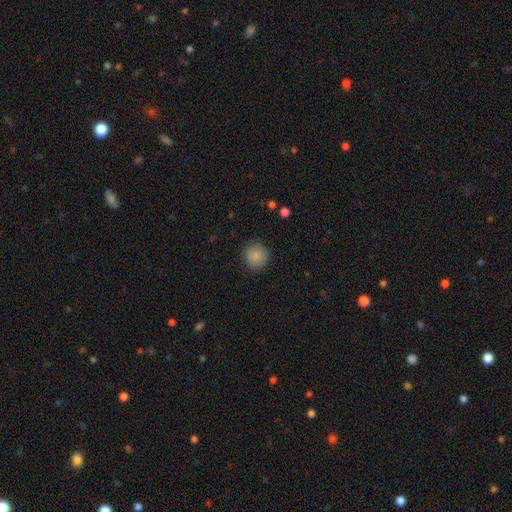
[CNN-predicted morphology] This is clearly a smooth galaxy (86%). How rounded: clearly round (88%). Merging: clearly none (87%).